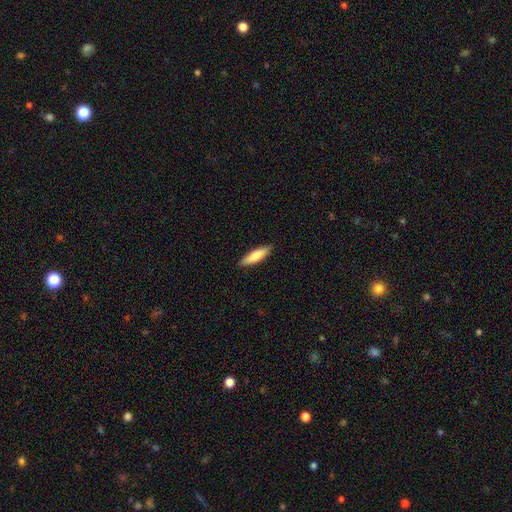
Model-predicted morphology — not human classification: Overall: smooth (76%). How rounded: cigar-shaped (63%; in between 36%). Merging: none (90%).